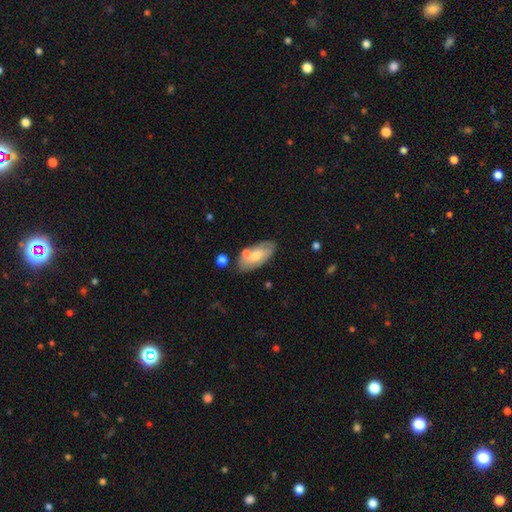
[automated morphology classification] smooth-or-featured: smooth: 58% | featured or disk: 35% | star or artifact: 7%
  how-rounded: in between: 89% | cigar-shaped: 8% | round: 3%
  merging: none: 65% | minor disturbance: 17% | merger: 13% | major disturbance: 4%